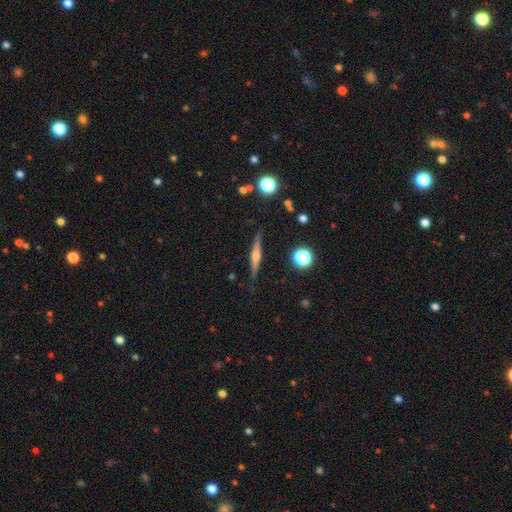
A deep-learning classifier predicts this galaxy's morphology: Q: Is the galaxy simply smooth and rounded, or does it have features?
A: featured or disk — 71%.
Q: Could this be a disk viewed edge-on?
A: yes — 98%.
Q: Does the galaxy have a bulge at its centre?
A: rounded — 84%.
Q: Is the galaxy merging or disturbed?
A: none — 89%.